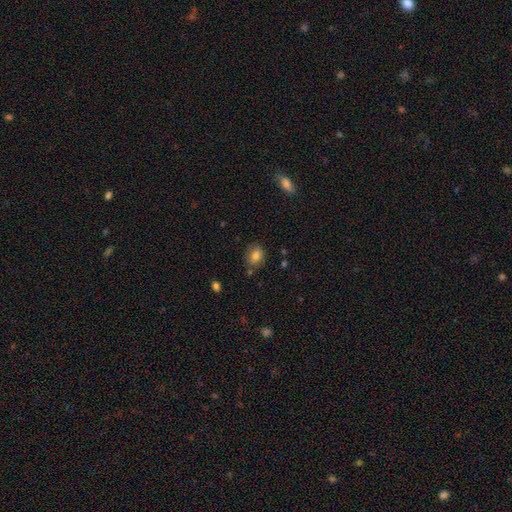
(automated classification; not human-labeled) A smooth galaxy with no disk features (80%) that is in between round and cigar-shaped (53%). Merging: none (73%).